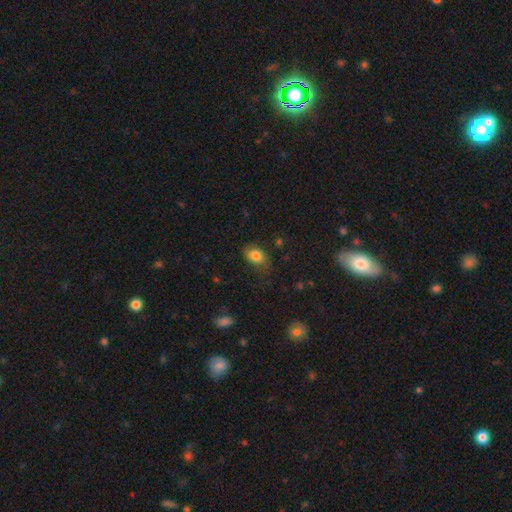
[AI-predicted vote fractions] smooth_or_featured: smooth (p=0.82) [alt: star or artifact p=0.10]
how_rounded: in between (p=0.77) [alt: round p=0.21]
merging: none (p=0.67) [alt: minor disturbance p=0.24]